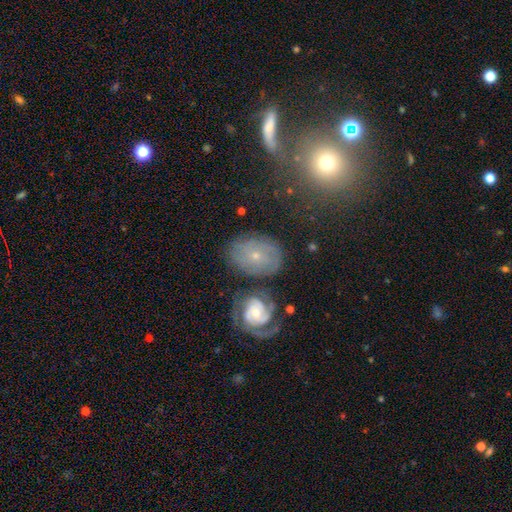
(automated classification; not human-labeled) Overall: featured or disk (62%; smooth 26%). Edge-on disk: no (95%). Bar: no (74%). Spiral arms: yes (87%). Spiral arm count: can't tell (38%; 2 32%). Spiral winding: tight (68%). Bulge size: small (73%). Merging: none (68%).